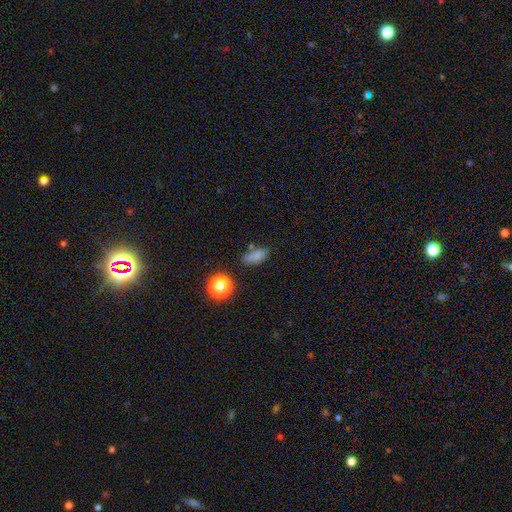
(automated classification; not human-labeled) Smooth or featured?
  - smooth: 76% *
  - star or artifact: 17%
  - featured or disk: 8%
How rounded?
  - in between: 83% *
  - round: 10%
  - cigar-shaped: 7%
Merging?
  - none: 69% *
  - minor disturbance: 19%
  - merger: 7%
  - major disturbance: 6%